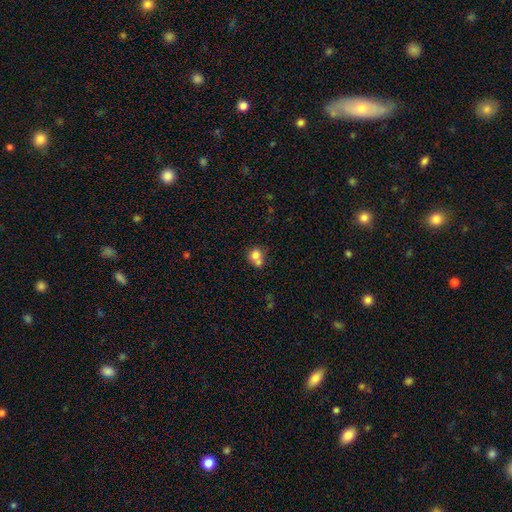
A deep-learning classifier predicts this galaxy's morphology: type=smooth (75%); roundness=round (75%); merging=merger (52%).